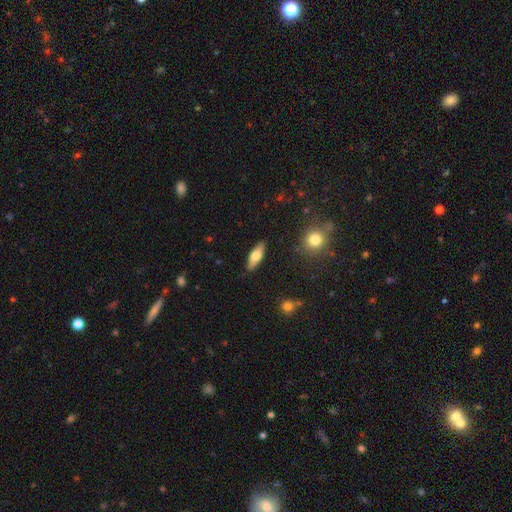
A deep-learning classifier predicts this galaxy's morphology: Overall: smooth (64%; featured or disk 30%). How rounded: in between (61%; cigar-shaped 36%). Merging: none (88%).